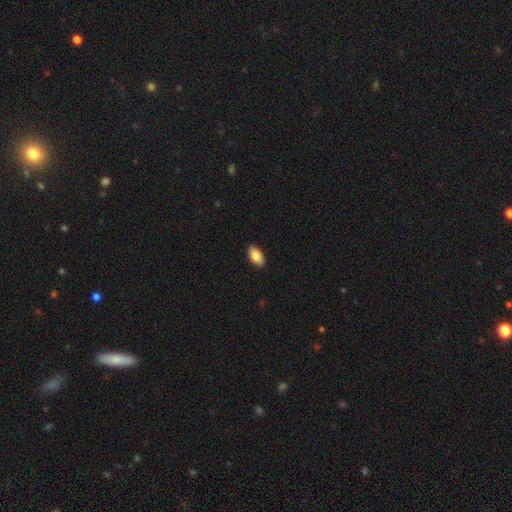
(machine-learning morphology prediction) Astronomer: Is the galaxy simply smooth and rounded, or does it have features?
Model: smooth — 86%.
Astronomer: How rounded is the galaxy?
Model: in between — 94%.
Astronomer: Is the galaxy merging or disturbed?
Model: none — 90%.